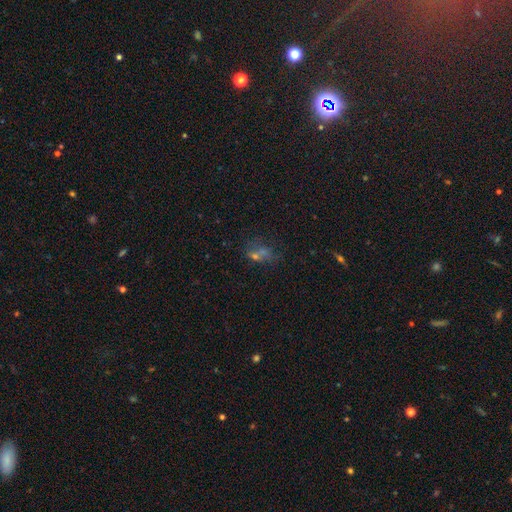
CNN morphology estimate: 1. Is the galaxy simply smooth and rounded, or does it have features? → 39% smooth, 36% star or artifact, 25% featured or disk.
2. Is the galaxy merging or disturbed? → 41% none, 28% merger, 16% major disturbance, 15% minor disturbance.